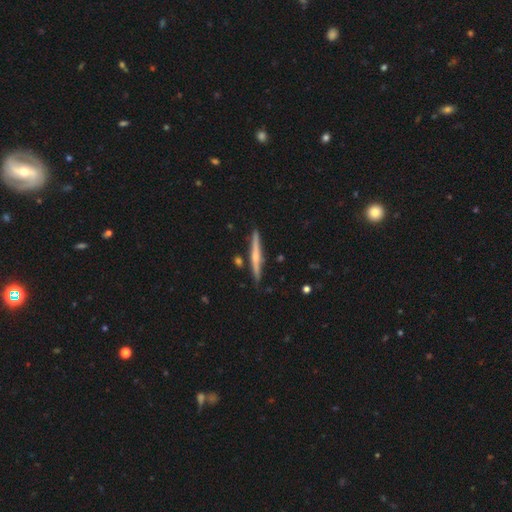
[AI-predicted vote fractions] featured or disk 62%, smooth 33%, star or artifact 6%. Down the decision tree: edge-on disk — yes (97%); edge-on bulge — rounded (65%); merging — none (87%).